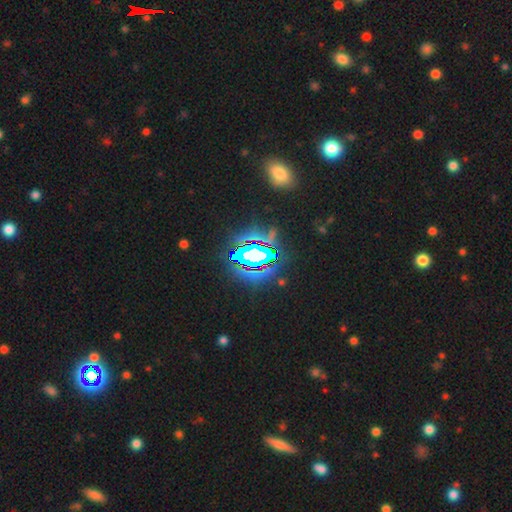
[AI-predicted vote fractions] Morphology: type=star or artifact (80%).